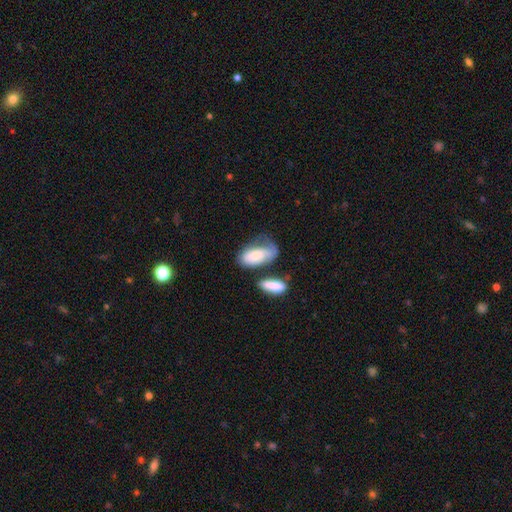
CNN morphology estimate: A smooth galaxy with no disk features (72%) that is in between round and cigar-shaped (90%).

Vote fractions:
- Smooth or featured? smooth: 72% / featured or disk: 22% / star or artifact: 6%
- How rounded? in between: 90% / cigar-shaped: 7% / round: 3%
- Merging? none: 26% (tied) / minor disturbance: 26% (tied) / major disturbance: 24% / merger: 23%